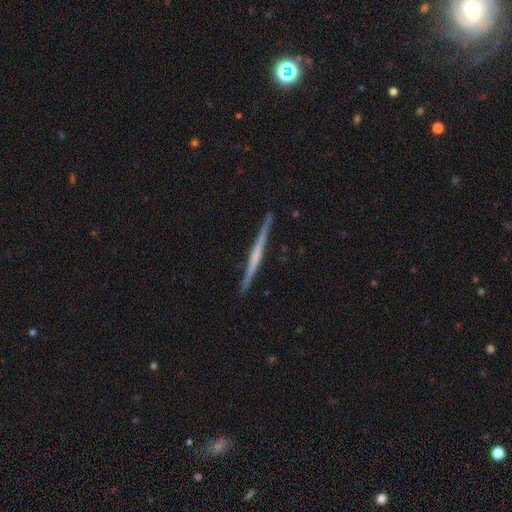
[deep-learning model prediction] Morphology: type=featured or disk (71%); edge-on=yes (98%); edge-on bulge=none (60%); merging=none (91%).